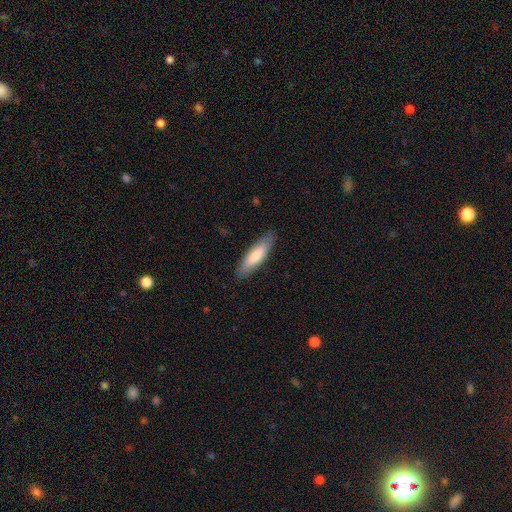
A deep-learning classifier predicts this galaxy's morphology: A smooth galaxy with no disk features (77%) that is cigar-shaped (63%).

Vote fractions:
- Smooth or featured? smooth: 77% / featured or disk: 18% / star or artifact: 5%
- How rounded? cigar-shaped: 63% / in between: 36% / round: 1%
- Merging? none: 87% / minor disturbance: 10% / major disturbance: 2% / merger: 1%